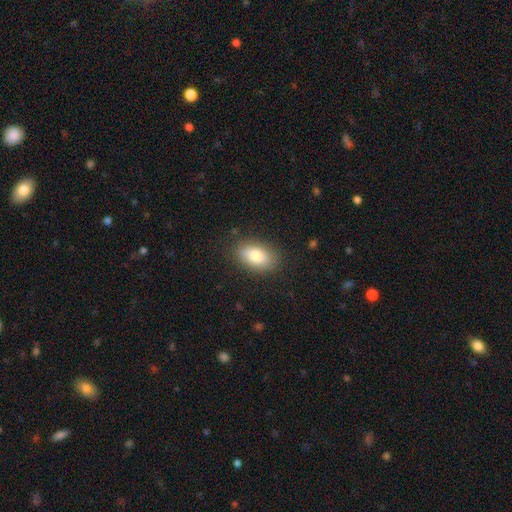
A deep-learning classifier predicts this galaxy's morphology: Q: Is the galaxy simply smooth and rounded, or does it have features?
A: smooth — 80%.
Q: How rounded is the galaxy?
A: in between — 90%.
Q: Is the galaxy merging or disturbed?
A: none — 85%.